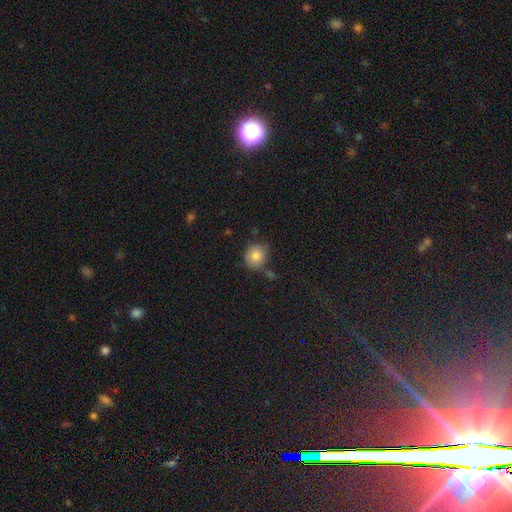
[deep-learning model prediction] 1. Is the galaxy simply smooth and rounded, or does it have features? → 81% smooth, 10% star or artifact, 10% featured or disk.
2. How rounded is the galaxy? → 83% round, 16% in between, 1% cigar-shaped.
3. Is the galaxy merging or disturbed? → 69% none, 20% minor disturbance, 7% merger, 4% major disturbance.